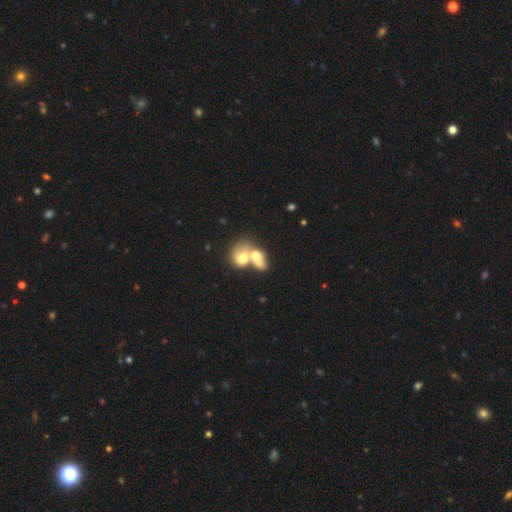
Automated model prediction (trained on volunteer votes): This is likely a smooth galaxy (65%). How rounded: possibly in between (59%). Merging: likely merger (80%).